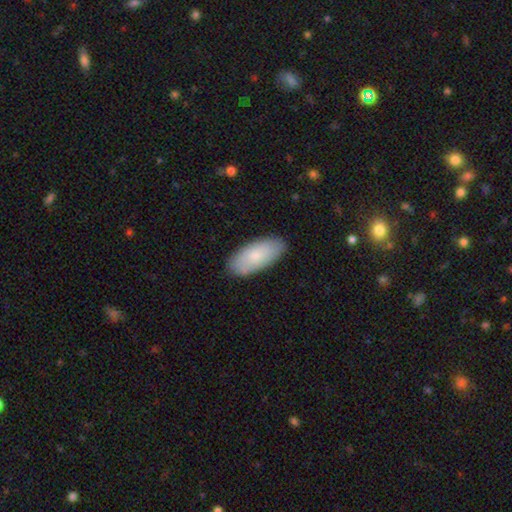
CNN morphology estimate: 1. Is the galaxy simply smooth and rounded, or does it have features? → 77% smooth, 17% featured or disk, 6% star or artifact.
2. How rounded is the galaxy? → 90% in between, 8% cigar-shaped, 2% round.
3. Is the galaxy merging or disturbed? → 86% none, 11% minor disturbance, 2% major disturbance, 1% merger.